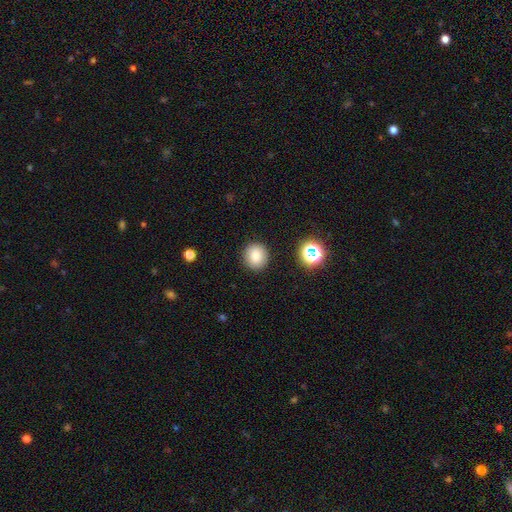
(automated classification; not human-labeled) smooth_or_featured: smooth (p=0.82) [alt: star or artifact p=0.12]
how_rounded: round (p=0.91) [alt: in between p=0.08]
merging: none (p=0.90) [alt: minor disturbance p=0.06]